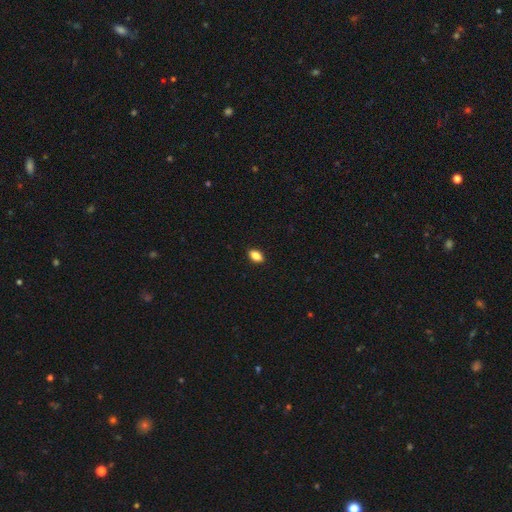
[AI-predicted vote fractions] smooth_or_featured: smooth (p=0.85) [alt: star or artifact p=0.09]
how_rounded: in between (p=0.88) [alt: round p=0.08]
merging: none (p=0.90) [alt: minor disturbance p=0.08]